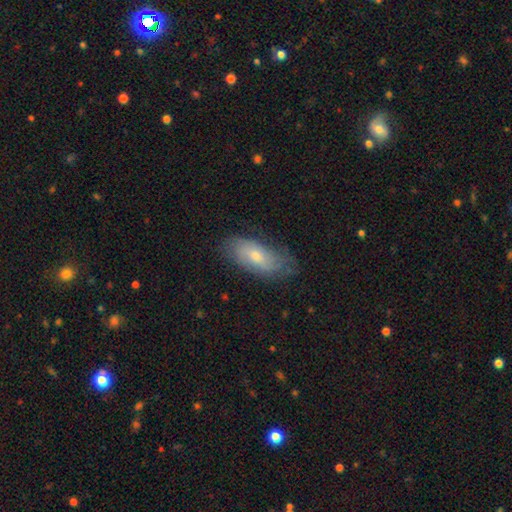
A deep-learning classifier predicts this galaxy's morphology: A smooth galaxy with no disk features (52%) that is in between round and cigar-shaped (82%). Merging: none (72%).